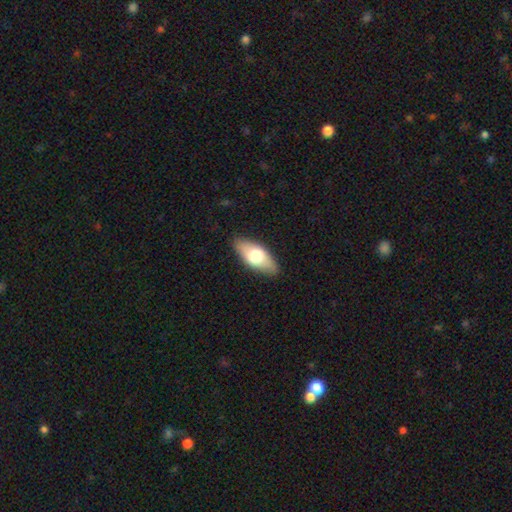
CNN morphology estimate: smooth-or-featured: smooth: 63% | featured or disk: 31% | star or artifact: 6%
  how-rounded: in between: 85% | cigar-shaped: 12% | round: 3%
  merging: none: 85% | minor disturbance: 11% | major disturbance: 2% | merger: 1%